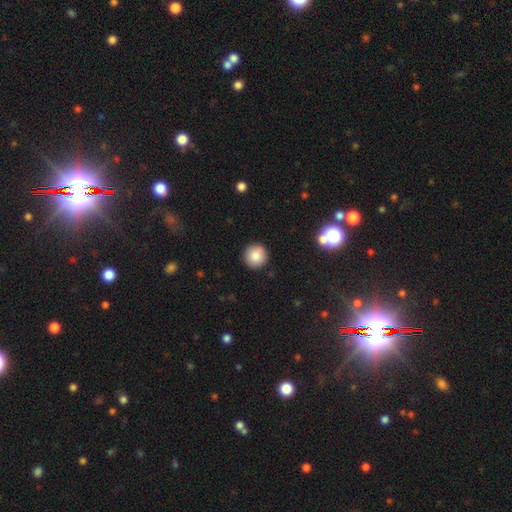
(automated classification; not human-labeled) Q: Smooth or featured?
A: smooth (84%); runner-up: star or artifact (10%)
Q: How rounded?
A: round (96%); runner-up: in between (3%)
Q: Merging?
A: none (92%); runner-up: minor disturbance (5%)